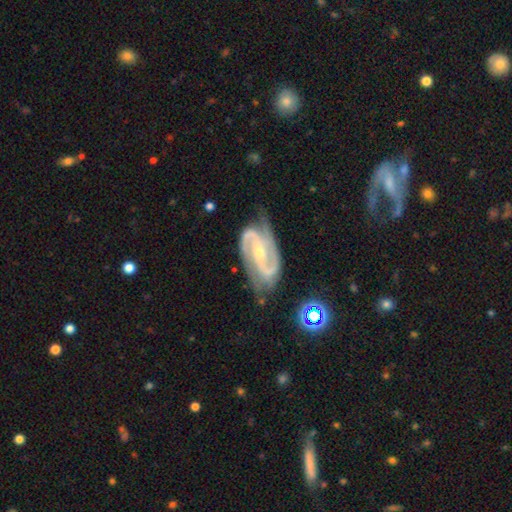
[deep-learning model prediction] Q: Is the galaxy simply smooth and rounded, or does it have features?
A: featured or disk — 91%.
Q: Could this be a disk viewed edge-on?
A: no — 96%.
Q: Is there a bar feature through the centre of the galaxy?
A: strong — 38%.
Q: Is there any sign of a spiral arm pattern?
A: yes — 98%.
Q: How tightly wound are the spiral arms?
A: medium — 49%.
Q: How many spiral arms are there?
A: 2 — 87%.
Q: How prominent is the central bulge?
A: small — 63%.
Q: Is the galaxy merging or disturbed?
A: none — 70%.